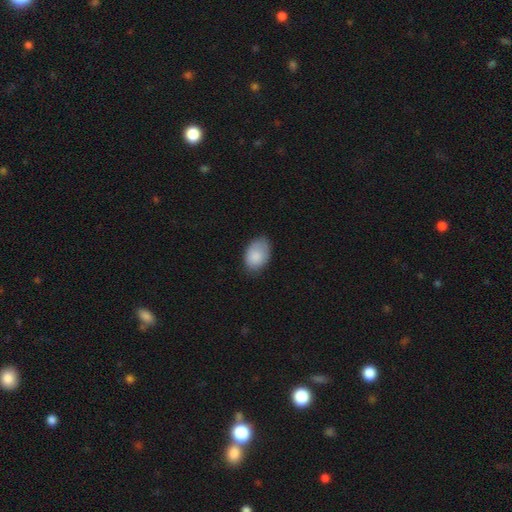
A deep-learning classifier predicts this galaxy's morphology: Overall: smooth (85%). How rounded: in between (86%). Merging: none (70%).